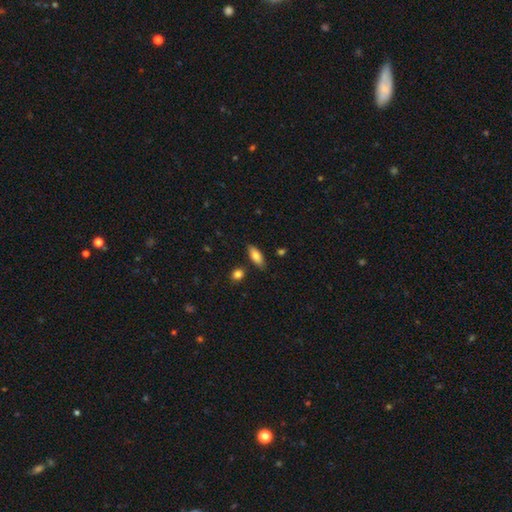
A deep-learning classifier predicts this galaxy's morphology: smooth-or-featured: smooth: 77% | featured or disk: 16% | star or artifact: 7%
  how-rounded: in between: 78% | cigar-shaped: 19% | round: 3%
  merging: none: 81% | minor disturbance: 12% | merger: 4% | major disturbance: 2%